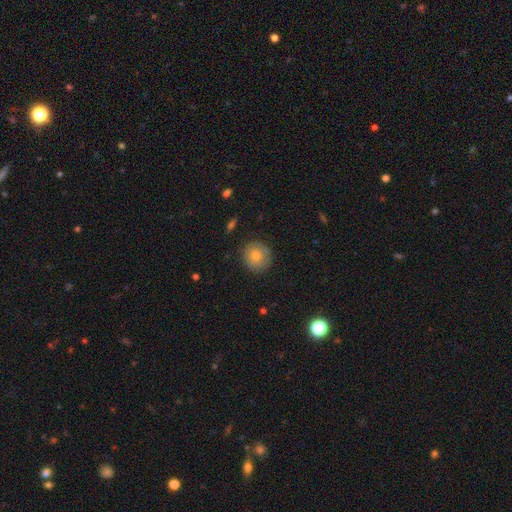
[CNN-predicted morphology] Overall: smooth (71%). How rounded: round (93%). Merging: none (85%).